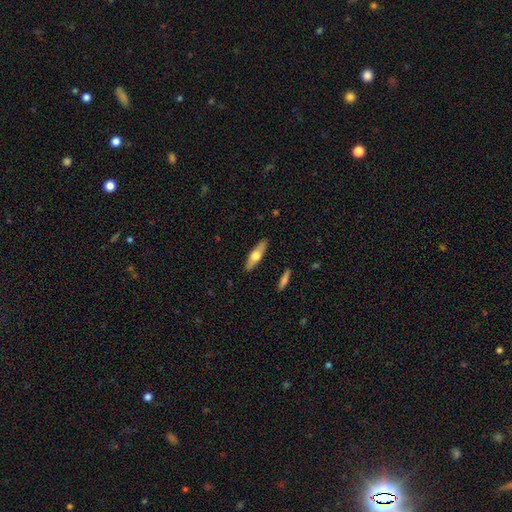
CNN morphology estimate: type=smooth (52%); roundness=cigar-shaped (59%); merging=none (89%).